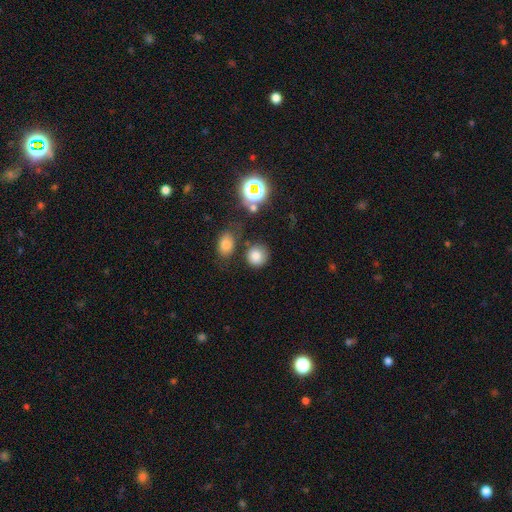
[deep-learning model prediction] Smooth or featured? smooth (78%)
How rounded? round (88%)
Merging? none (77%)